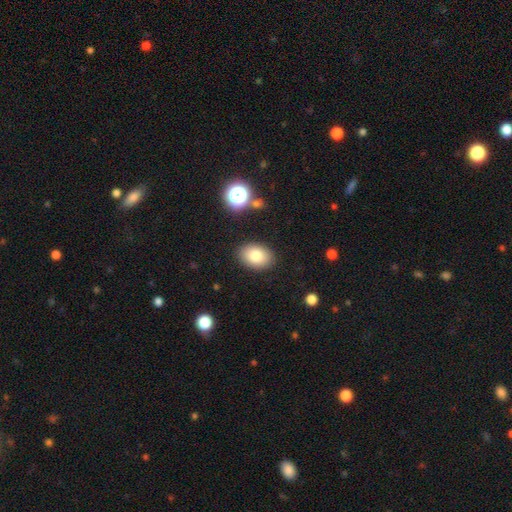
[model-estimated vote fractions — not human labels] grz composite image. It shows a smooth galaxy with no disk features (80%) that is in between round and cigar-shaped (78%). Merging: none (87%).